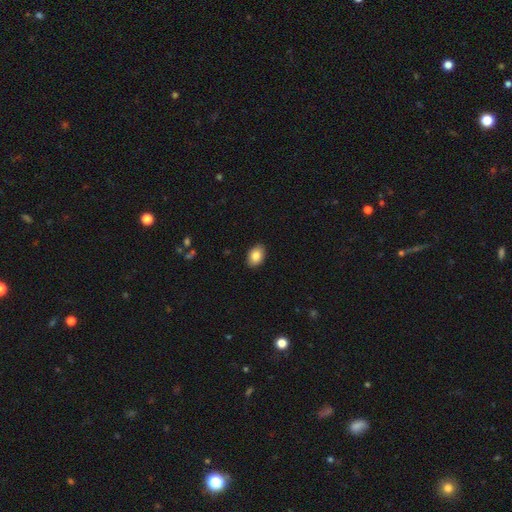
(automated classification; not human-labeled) The model was most divided on "how rounded": in between: 82%, round: 16%, cigar-shaped: 1%. More confident: merging — none (89%); smooth or featured — smooth (85%).